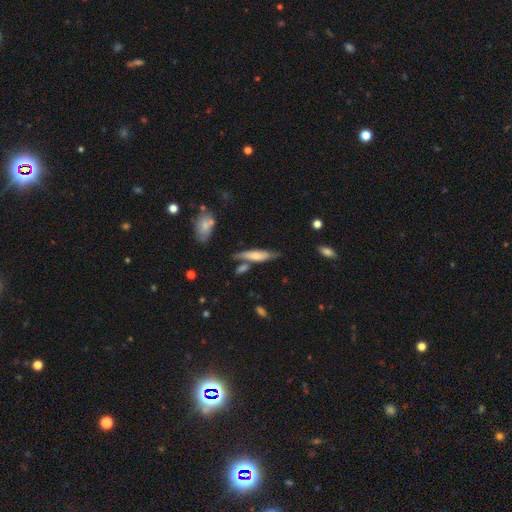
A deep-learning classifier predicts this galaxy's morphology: smooth_or_featured: smooth (p=0.56) [alt: featured or disk p=0.37]
how_rounded: cigar-shaped (p=0.68) [alt: in between p=0.30]
merging: none (p=0.56) [alt: minor disturbance p=0.23]